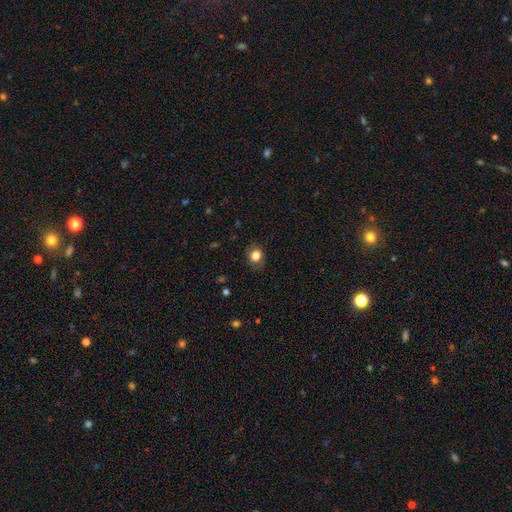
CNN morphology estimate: type=smooth (81%); roundness=round (70%); merging=none (82%).